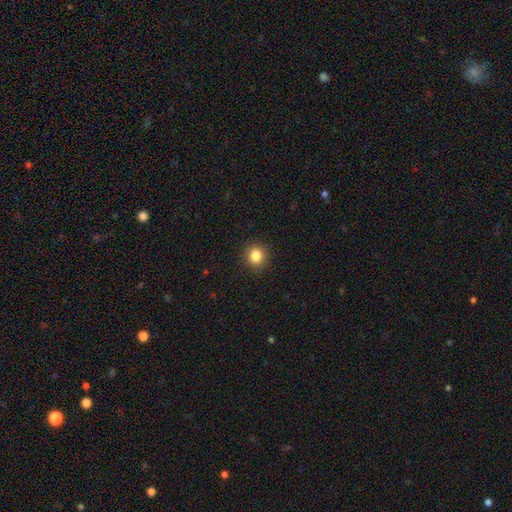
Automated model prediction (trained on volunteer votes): smooth 84%, star or artifact 11%, featured or disk 5%. Down the decision tree: how rounded — round (88%); merging — none (91%).